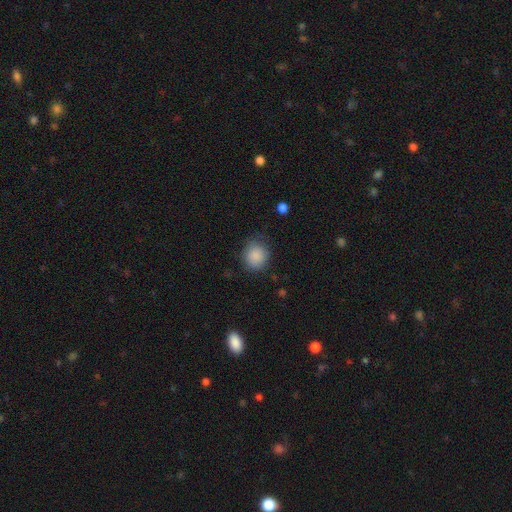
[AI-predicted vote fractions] smooth 88%, star or artifact 8%, featured or disk 4%. Down the decision tree: how rounded — round (82%); merging — none (76%).